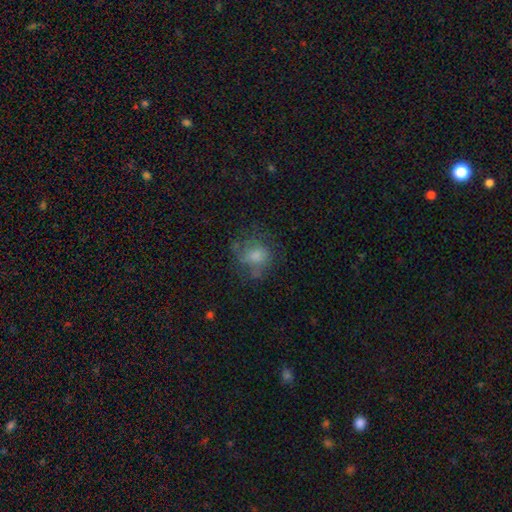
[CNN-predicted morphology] A smooth galaxy with no disk features (56%) that is round (69%). Merging: none (58%).